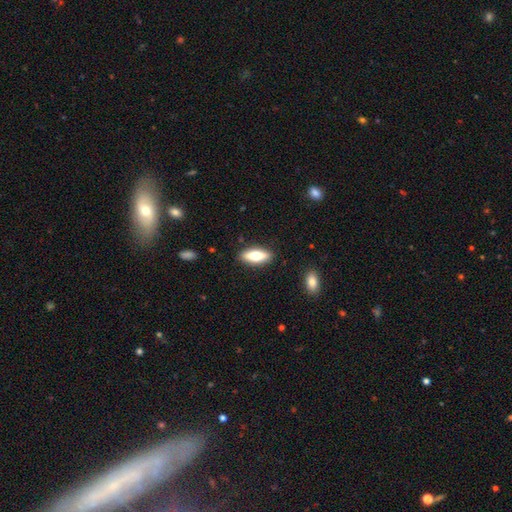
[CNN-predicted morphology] This is likely a smooth galaxy (62%). How rounded: likely in between (63%). Merging: clearly none (88%).